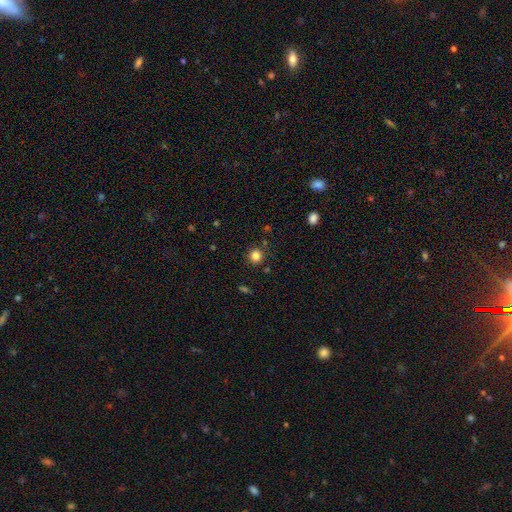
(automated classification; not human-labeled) A smooth galaxy with no disk features (83%) that is round (92%).

Vote fractions:
- Smooth or featured? smooth: 83% / star or artifact: 12% / featured or disk: 4%
- How rounded? round: 92% / in between: 7% / cigar-shaped: 1%
- Merging? none: 88% / minor disturbance: 8% / merger: 2% / major disturbance: 2%